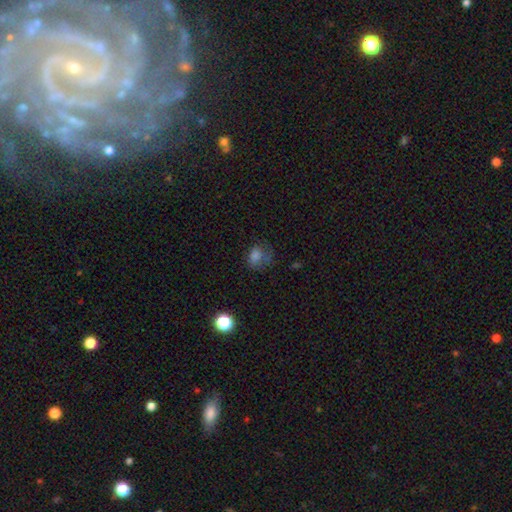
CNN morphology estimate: This is likely a smooth galaxy (70%). How rounded: possibly in between (51%). Merging: possibly none (46%).